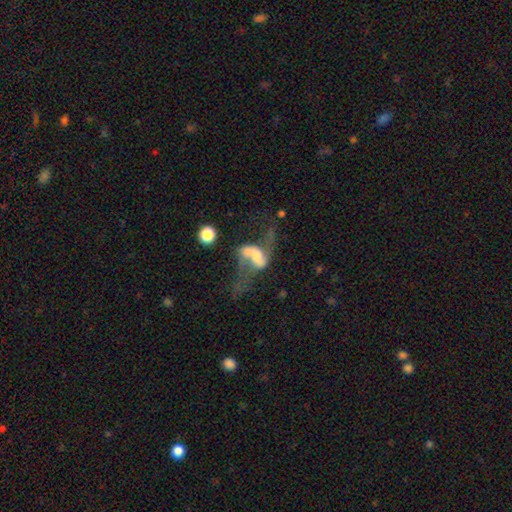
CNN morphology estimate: featured or disk 72%, smooth 19%, star or artifact 9%. Down the decision tree: edge-on disk — no (95%); bar — no (42%); spiral arms — yes (80%); spiral arm count — 2 (87%); spiral winding — loose (84%); bulge size — moderate (38%); merging — major disturbance (37%).